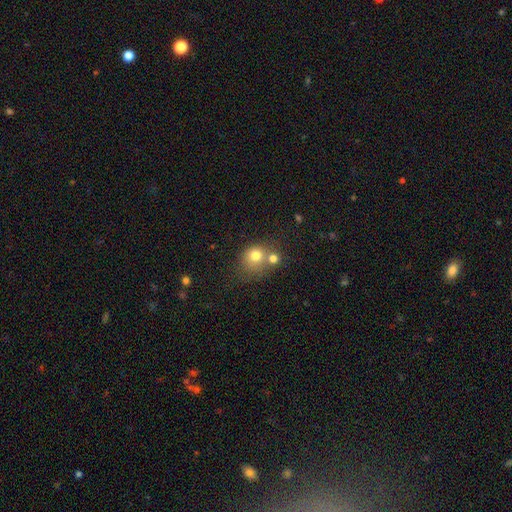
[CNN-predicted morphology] Overall: smooth (75%). How rounded: round (74%). Merging: merger (43%; none 40%).